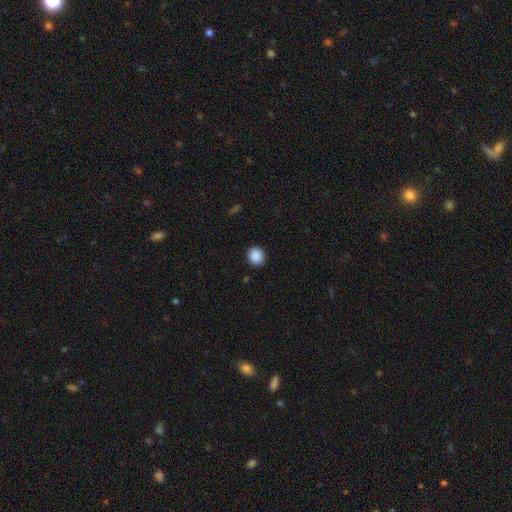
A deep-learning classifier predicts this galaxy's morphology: type=smooth (89%); roundness=round (89%); merging=none (92%).